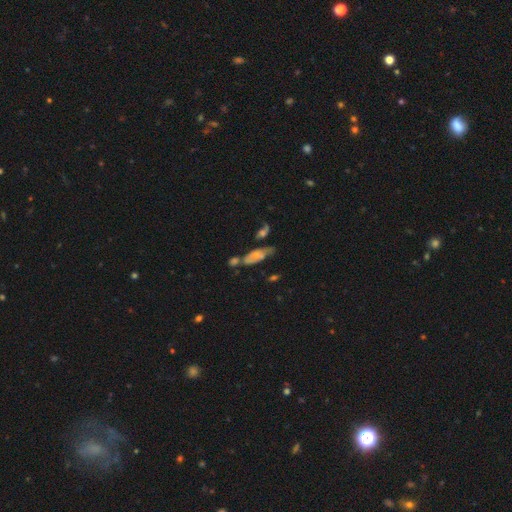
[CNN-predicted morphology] Q: Smooth or featured?
A: smooth (51%); runner-up: featured or disk (39%)
Q: How rounded?
A: in between (73%); runner-up: cigar-shaped (23%)
Q: Merging?
A: none (33%); runner-up: merger (29%)